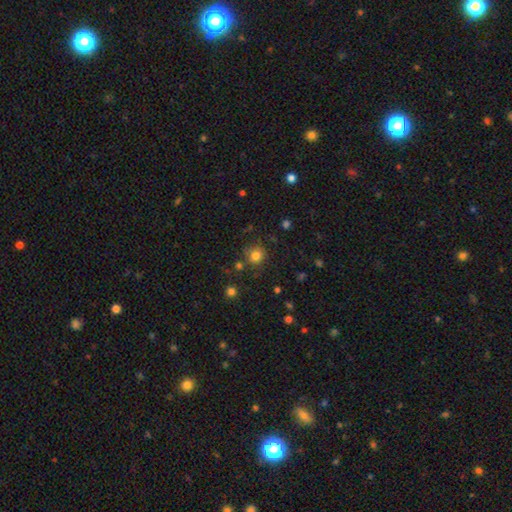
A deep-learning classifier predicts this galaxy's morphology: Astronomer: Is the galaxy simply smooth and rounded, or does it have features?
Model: smooth — 79%.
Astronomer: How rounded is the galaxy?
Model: round — 88%.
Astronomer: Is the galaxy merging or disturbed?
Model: none — 77%.